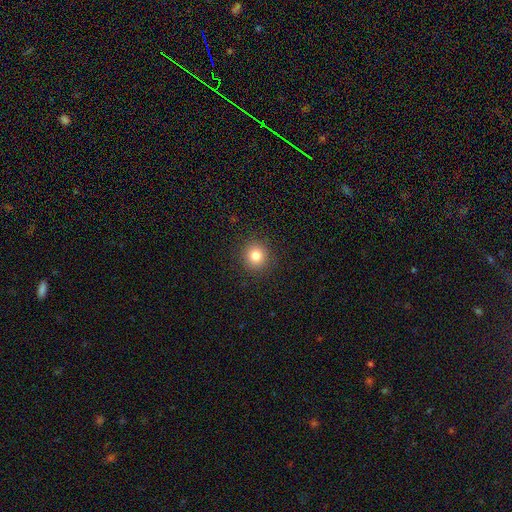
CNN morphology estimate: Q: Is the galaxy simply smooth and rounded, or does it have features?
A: smooth — 82%.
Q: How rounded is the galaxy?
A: round — 92%.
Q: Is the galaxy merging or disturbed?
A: none — 91%.